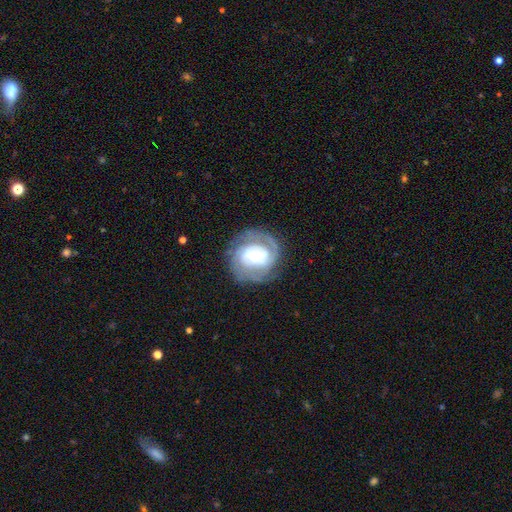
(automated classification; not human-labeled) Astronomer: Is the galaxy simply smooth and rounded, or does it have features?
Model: featured or disk — 83%.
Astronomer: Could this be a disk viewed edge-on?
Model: no — 97%.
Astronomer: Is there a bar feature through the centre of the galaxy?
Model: weak — 45% (runner-up: strong, 30%).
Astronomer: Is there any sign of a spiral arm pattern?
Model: yes — 93%.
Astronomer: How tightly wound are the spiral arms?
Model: tight — 64%.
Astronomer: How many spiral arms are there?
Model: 2 — 50%.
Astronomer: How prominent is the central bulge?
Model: moderate — 48% (runner-up: small, 41%).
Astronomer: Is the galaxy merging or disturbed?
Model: none — 77%.